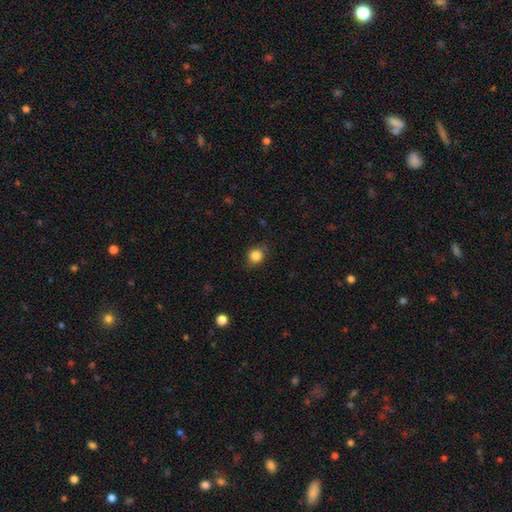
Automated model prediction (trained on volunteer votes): A smooth galaxy with no disk features (84%) that is round (82%).

Vote fractions:
- Smooth or featured? smooth: 84% / star or artifact: 11% / featured or disk: 5%
- How rounded? round: 82% / in between: 17% / cigar-shaped: 1%
- Merging? none: 80% / minor disturbance: 16% / major disturbance: 3% / merger: 1%